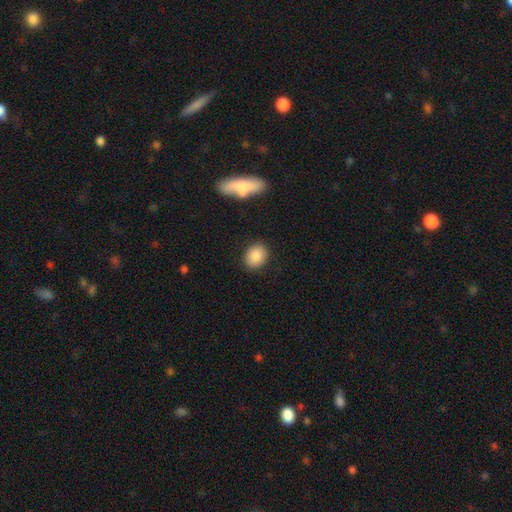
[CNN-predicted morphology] A smooth galaxy with no disk features (86%) that is round (50%).

Vote fractions:
- Smooth or featured? smooth: 86% / star or artifact: 8% / featured or disk: 6%
- How rounded? round: 50% / in between: 49% / cigar-shaped: 1%
- Merging? none: 87% / minor disturbance: 9% / major disturbance: 2% / merger: 2%